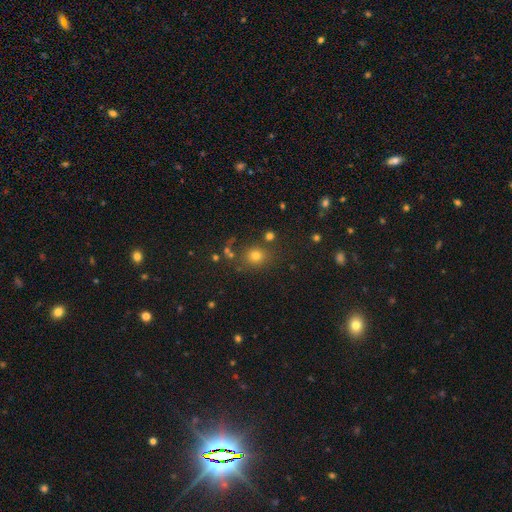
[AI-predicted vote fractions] This appears to be a smooth galaxy with no disk features (71%) that is round (75%). Merging: none (76%).